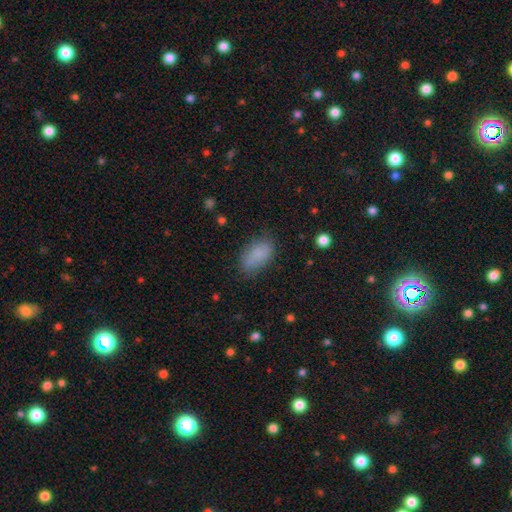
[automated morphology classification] The model was most divided on "merging": none: 75%, minor disturbance: 18%, major disturbance: 5%, merger: 2%. More confident: how rounded — in between (92%); smooth or featured — smooth (84%).